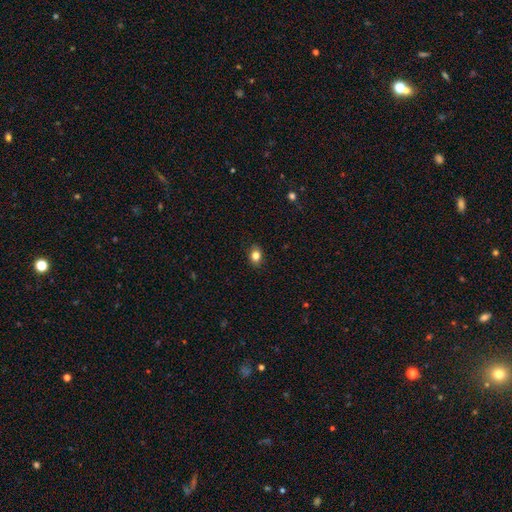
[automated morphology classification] A smooth galaxy with no disk features (83%) that is in between round and cigar-shaped (61%). Merging: none (88%).